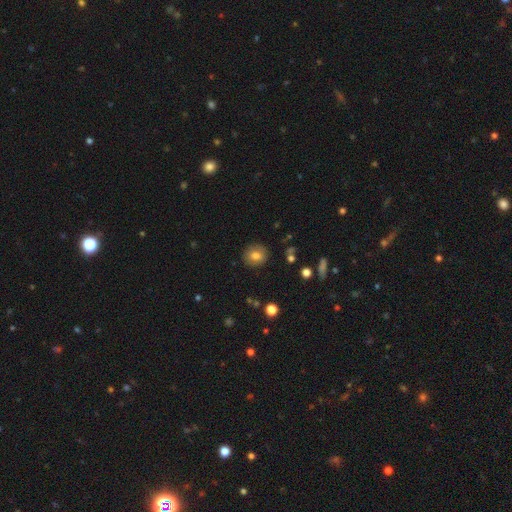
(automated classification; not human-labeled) This is likely a smooth galaxy (77%). How rounded: likely round (79%). Merging: clearly none (88%).